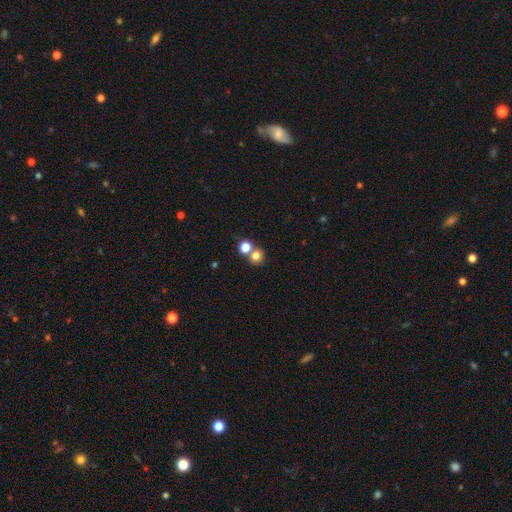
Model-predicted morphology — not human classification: Smooth or featured: smooth — 79% (star or artifact — 13%)
How rounded: round — 83% (in between — 16%)
Merging: none — 53% (merger — 39%)